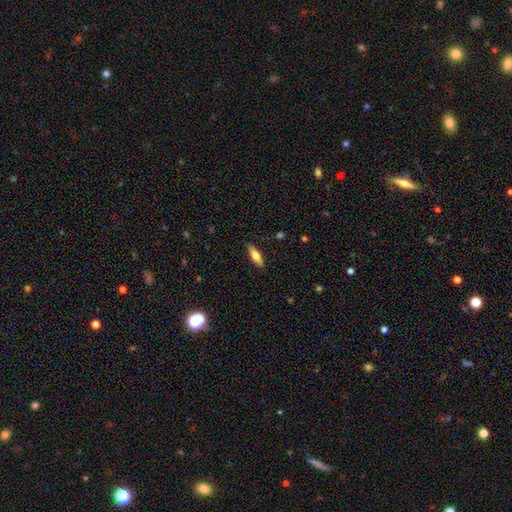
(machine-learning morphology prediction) Smooth or featured? Predicted: smooth (p=0.66). How rounded? Predicted: in between (p=0.53). Merging? Predicted: none (p=0.88).